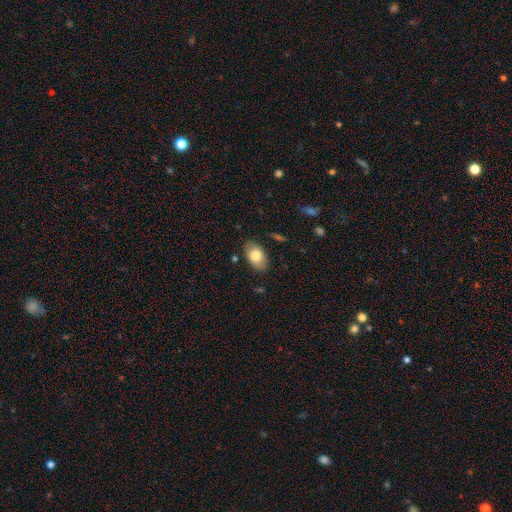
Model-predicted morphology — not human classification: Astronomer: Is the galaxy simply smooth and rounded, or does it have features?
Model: smooth — 80%.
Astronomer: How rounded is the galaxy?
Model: in between — 92%.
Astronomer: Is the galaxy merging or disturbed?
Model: none — 82%.